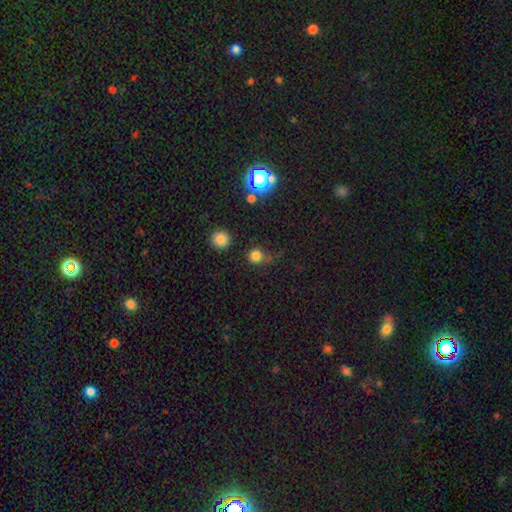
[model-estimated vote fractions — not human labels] Morphology: type=smooth (75%); roundness=round (90%); merging=none (68%).